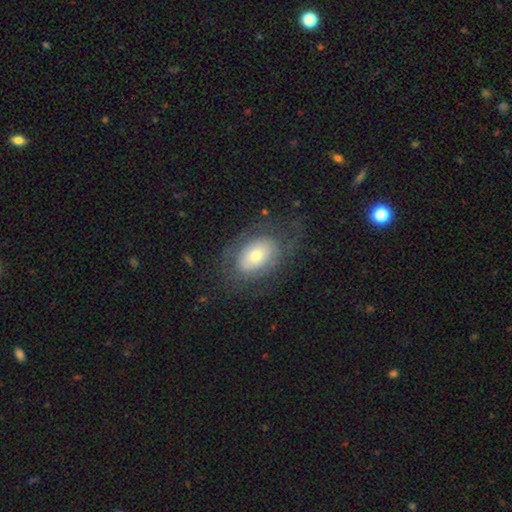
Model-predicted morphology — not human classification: The model was most divided on "smooth or featured": smooth: 51%, featured or disk: 41%, star or artifact: 8%. More confident: how rounded — in between (84%); merging — none (63%).